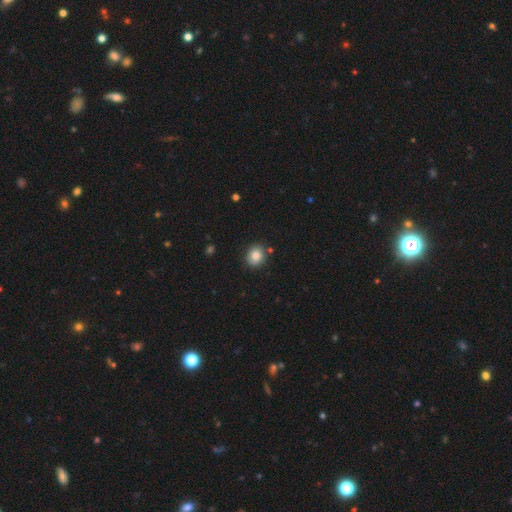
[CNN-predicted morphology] Smooth or featured?
  - smooth: 85% *
  - star or artifact: 9%
  - featured or disk: 6%
How rounded?
  - round: 69% *
  - in between: 30%
  - cigar-shaped: 1%
Merging?
  - none: 83% *
  - minor disturbance: 11%
  - merger: 3%
  - major disturbance: 2%